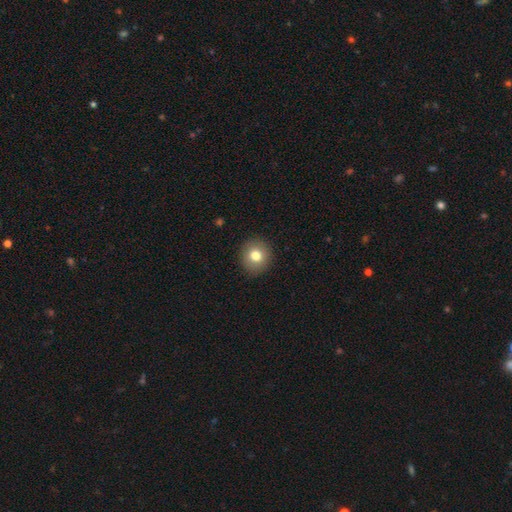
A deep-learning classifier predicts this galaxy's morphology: Smooth or featured? smooth (79%)
How rounded? round (87%)
Merging? none (91%)